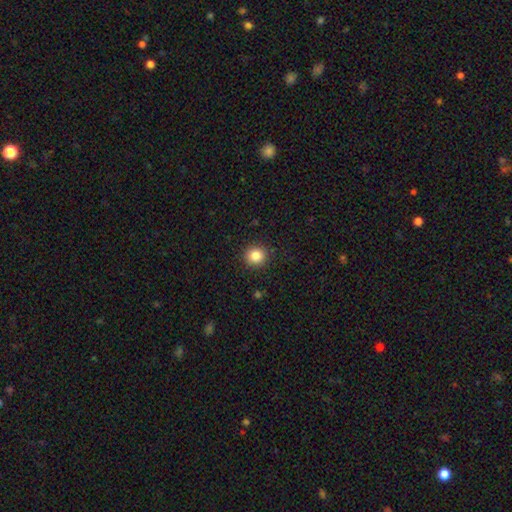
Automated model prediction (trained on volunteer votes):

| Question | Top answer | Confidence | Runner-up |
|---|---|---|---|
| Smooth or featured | smooth | 84% | star or artifact (11%) |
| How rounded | round | 92% | in between (7%) |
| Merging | none | 91% | minor disturbance (6%) |